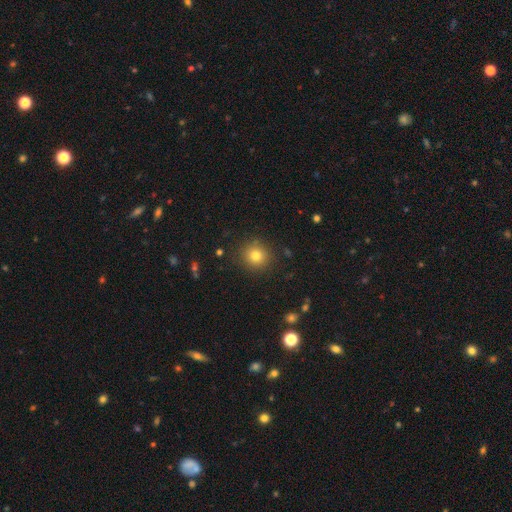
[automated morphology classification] smooth 79%, star or artifact 13%, featured or disk 8%. Down the decision tree: how rounded — round (91%); merging — none (88%).